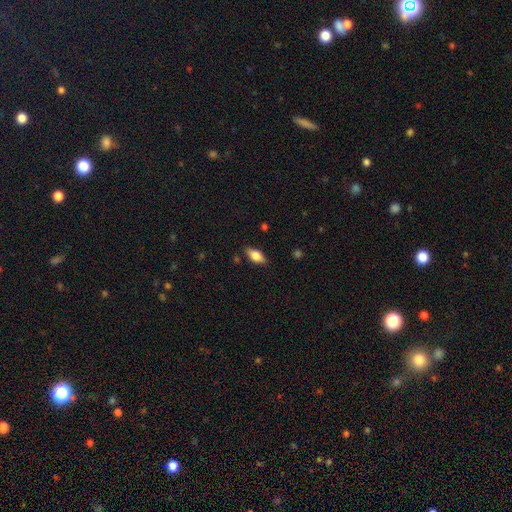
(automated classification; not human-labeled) smooth-or-featured: smooth: 67% | featured or disk: 25% | star or artifact: 7%
  how-rounded: in between: 84% | cigar-shaped: 12% | round: 4%
  merging: none: 84% | minor disturbance: 12% | major disturbance: 3% | merger: 1%